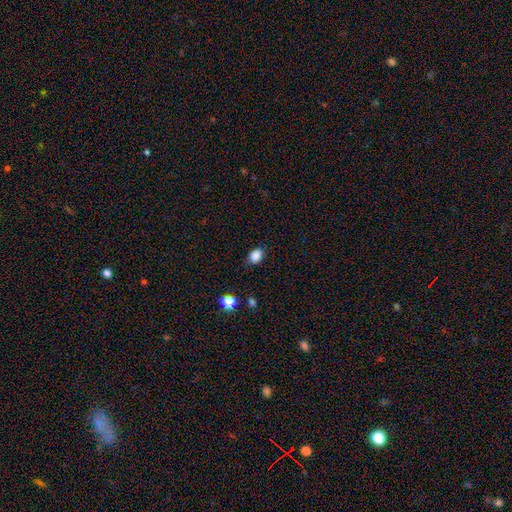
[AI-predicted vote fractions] This is clearly a smooth galaxy (86%). How rounded: likely in between (67%). Merging: clearly none (81%).